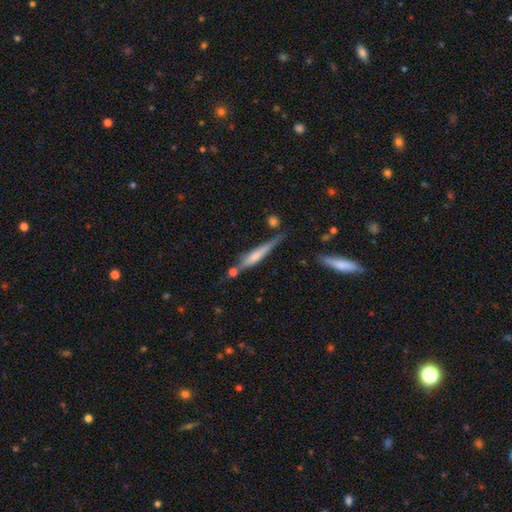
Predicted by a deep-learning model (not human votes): Morphology: type=featured or disk (49%); merging=none (66%).